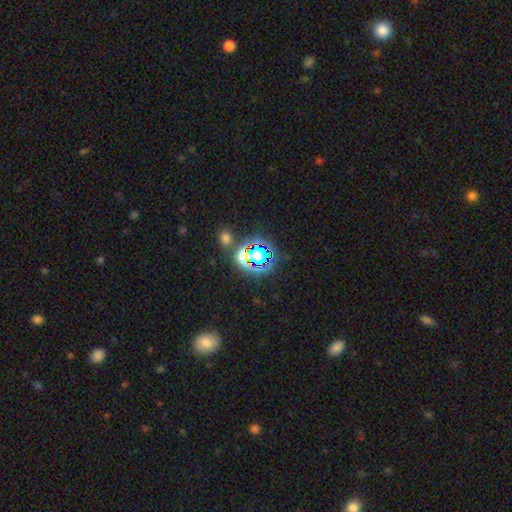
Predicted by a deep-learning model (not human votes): A star or artifact, not a galaxy (62%).

Vote fractions:
- Smooth or featured? star or artifact: 62% / smooth: 27% / featured or disk: 11%